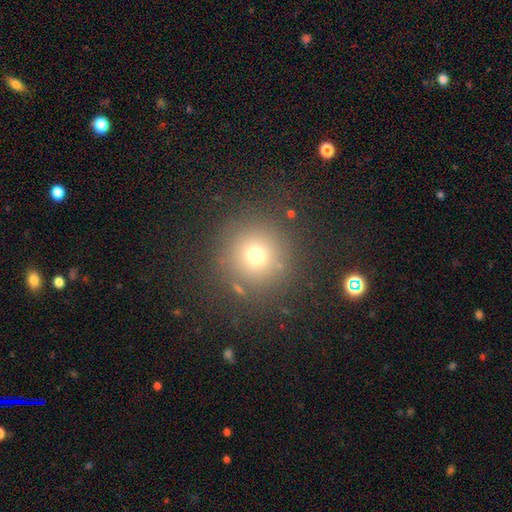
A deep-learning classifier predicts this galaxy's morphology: smooth 70%, star or artifact 20%, featured or disk 10%. Down the decision tree: how rounded — round (95%); merging — none (85%).